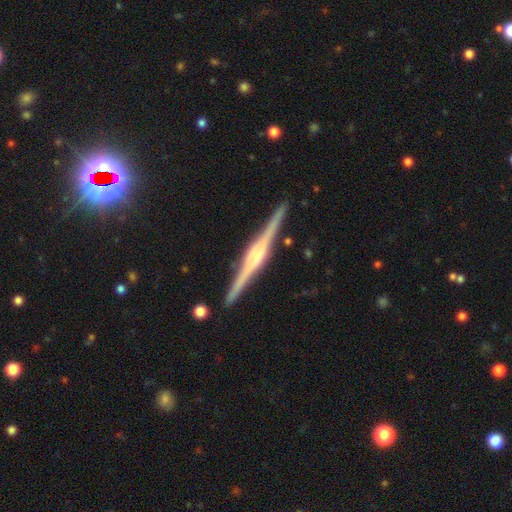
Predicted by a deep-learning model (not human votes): A featured or disk galaxy (87%) viewed edge-on (99%) with a rounded central bulge (52%).

Vote fractions:
- Smooth or featured? featured or disk: 87% / smooth: 8% / star or artifact: 5%
- Edge-on disk? yes: 99% / no: 1%
- Edge-on bulge? rounded: 52% / boxy: 39% / none: 8%
- Merging? none: 91% / minor disturbance: 6% / major disturbance: 1% / merger: 1%